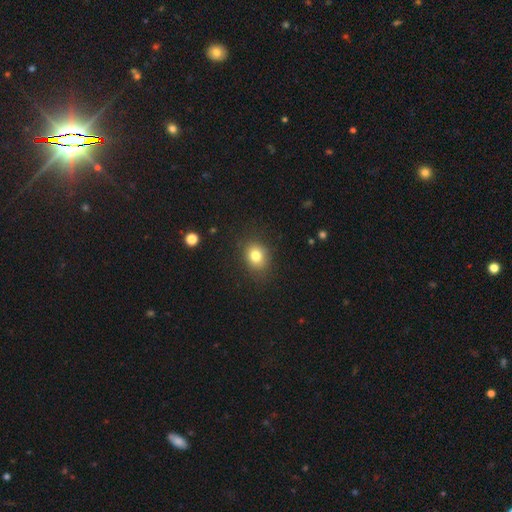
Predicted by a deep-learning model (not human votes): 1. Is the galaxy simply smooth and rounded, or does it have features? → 80% smooth, 11% star or artifact, 9% featured or disk.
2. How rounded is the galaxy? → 56% round, 43% in between, 1% cigar-shaped.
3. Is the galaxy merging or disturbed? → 83% none, 12% minor disturbance, 4% major disturbance, 1% merger.